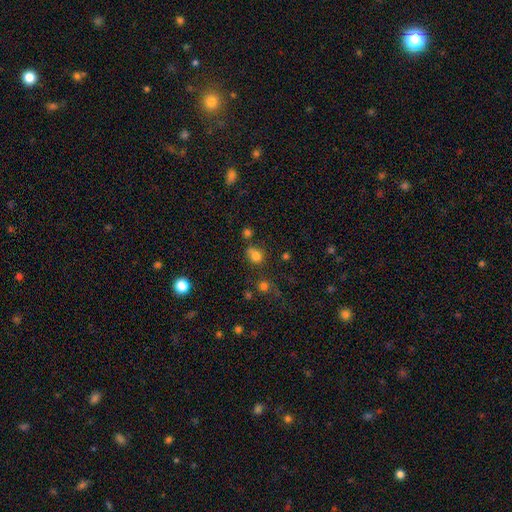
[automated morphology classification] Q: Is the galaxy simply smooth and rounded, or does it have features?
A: smooth — 75%.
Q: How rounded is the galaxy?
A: round — 58%.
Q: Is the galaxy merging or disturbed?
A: none — 54%.